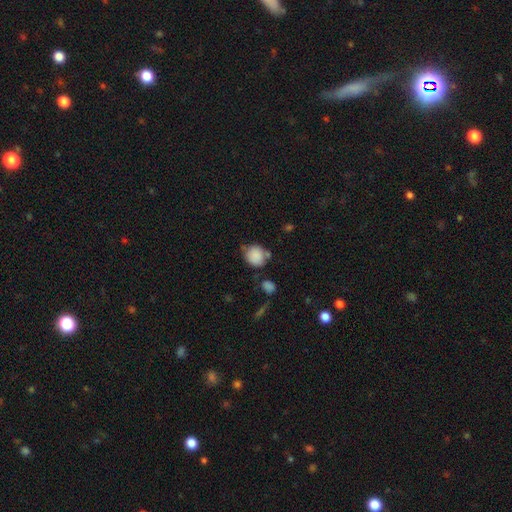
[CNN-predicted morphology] Smooth or featured: smooth — 84% (star or artifact — 9%)
How rounded: round — 77% (in between — 22%)
Merging: none — 57% (minor disturbance — 24%)